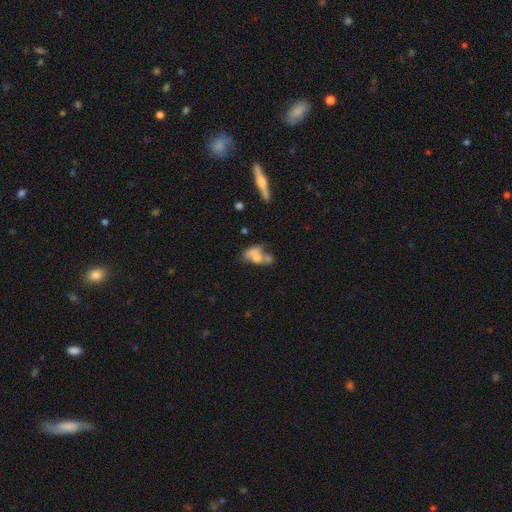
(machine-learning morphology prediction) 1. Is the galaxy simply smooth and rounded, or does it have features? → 52% smooth, 36% featured or disk, 12% star or artifact.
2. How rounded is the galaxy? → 80% in between, 12% round, 7% cigar-shaped.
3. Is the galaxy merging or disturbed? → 48% merger, 22% none, 17% major disturbance, 14% minor disturbance.